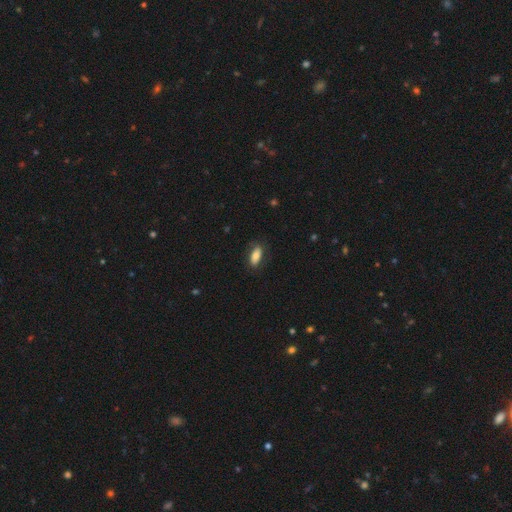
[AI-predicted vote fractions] This appears to be a smooth galaxy with no disk features (78%) that is in between round and cigar-shaped (84%). Merging: none (76%).